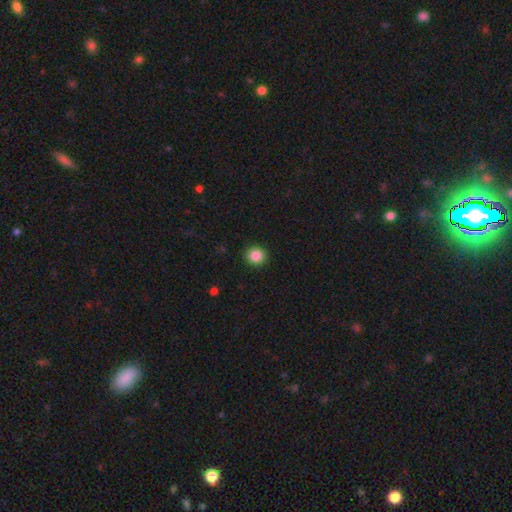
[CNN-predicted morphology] A smooth galaxy with no disk features (86%) that is round (90%).

Vote fractions:
- Smooth or featured? smooth: 86% / star or artifact: 10% / featured or disk: 4%
- How rounded? round: 90% / in between: 9% / cigar-shaped: 1%
- Merging? none: 92% / minor disturbance: 5% / major disturbance: 2% / merger: 1%